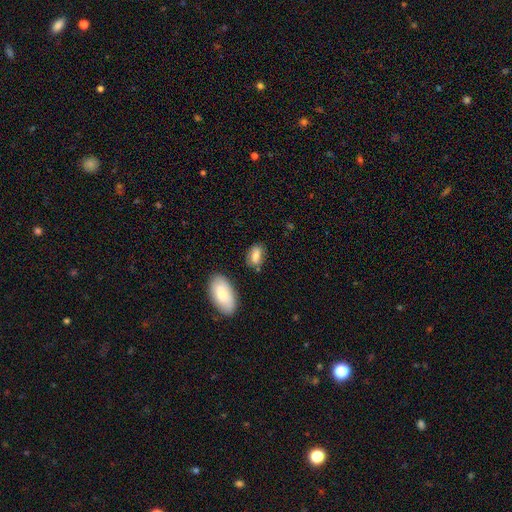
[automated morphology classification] The model was most divided on "merging": none: 74%, minor disturbance: 17%, merger: 6%, major disturbance: 4%. More confident: how rounded — in between (87%); smooth or featured — smooth (78%).